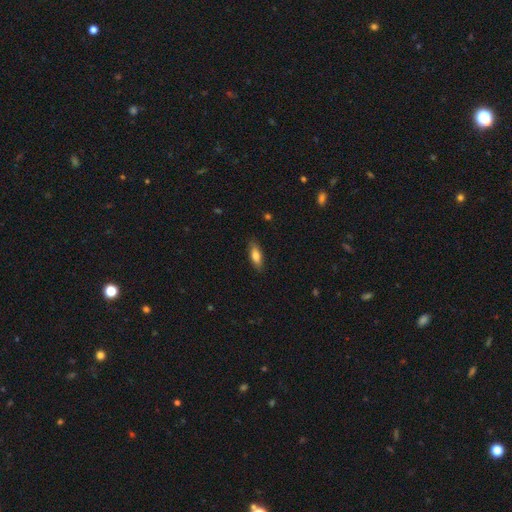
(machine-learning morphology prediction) The model was most divided on "how rounded": in between: 65%, cigar-shaped: 32%, round: 2%. More confident: merging — none (85%); smooth or featured — smooth (76%).